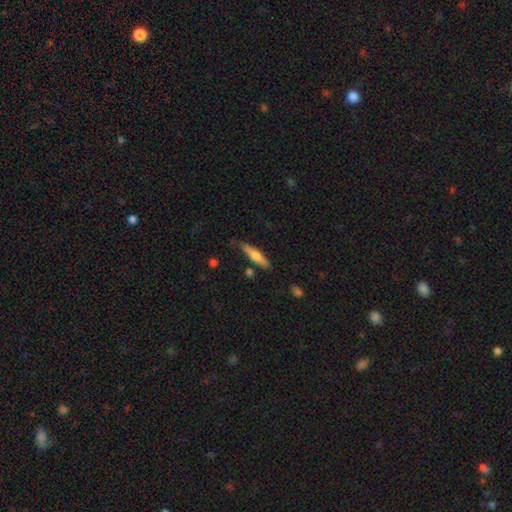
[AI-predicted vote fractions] This is possibly a smooth galaxy (55%). How rounded: clearly cigar-shaped (83%). Merging: likely none (80%).